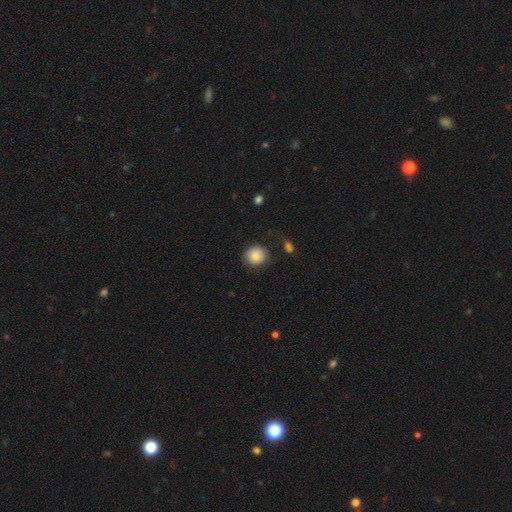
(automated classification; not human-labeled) This is clearly a smooth galaxy (83%). How rounded: clearly round (83%). Merging: likely none (74%).